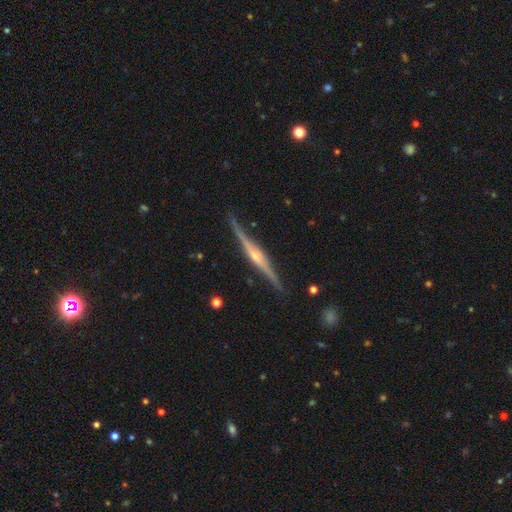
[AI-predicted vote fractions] Morphology: type=featured or disk (86%); edge-on=yes (98%); edge-on bulge=rounded (83%); merging=none (89%).